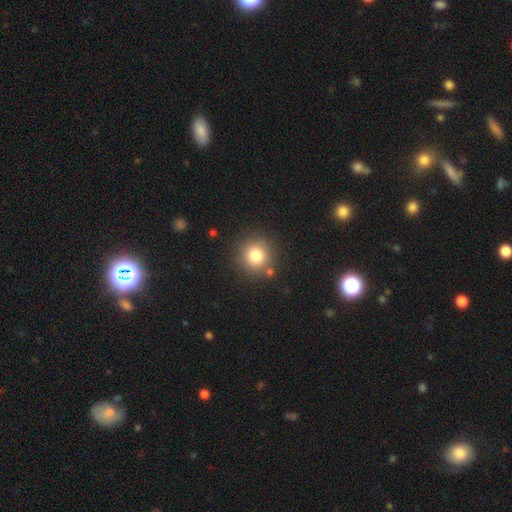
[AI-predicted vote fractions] Smooth or featured? smooth (80%)
How rounded? round (92%)
Merging? none (83%)